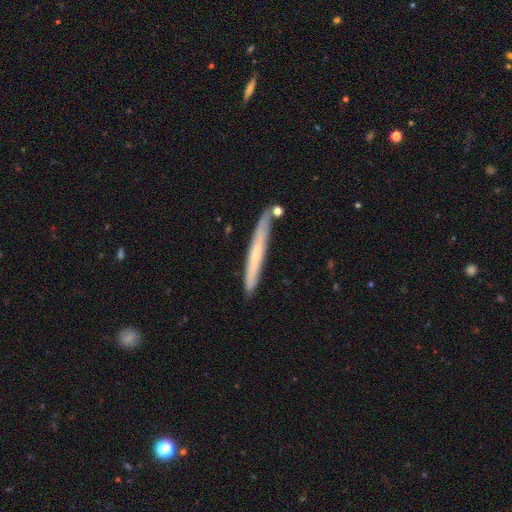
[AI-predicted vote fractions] Smooth or featured? Predicted: smooth (p=0.53). How rounded? Predicted: cigar-shaped (p=0.97). Merging? Predicted: none (p=0.83).